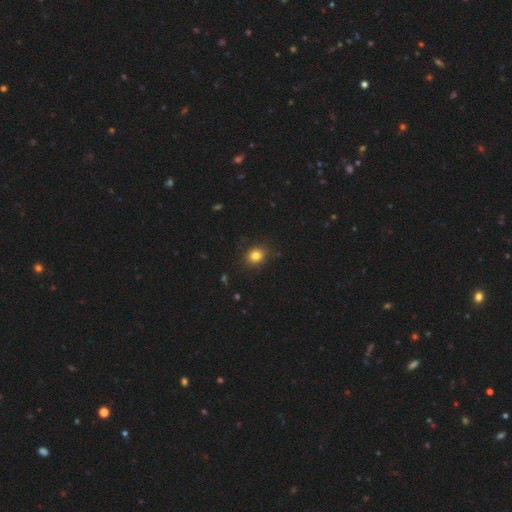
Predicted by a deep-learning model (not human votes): A smooth galaxy with no disk features (82%) that is round (64%). Merging: none (87%).